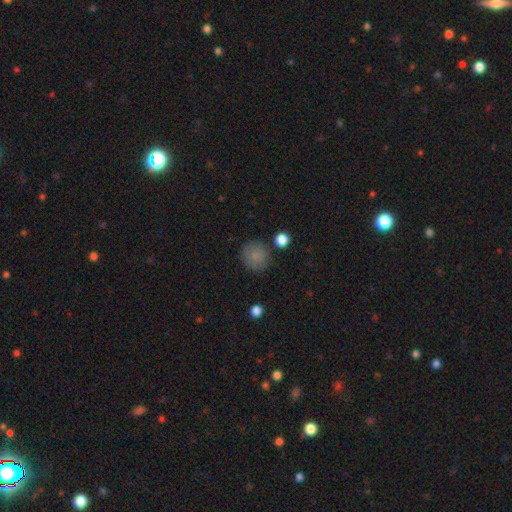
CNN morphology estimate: type=smooth (83%); roundness=round (86%); merging=none (77%).